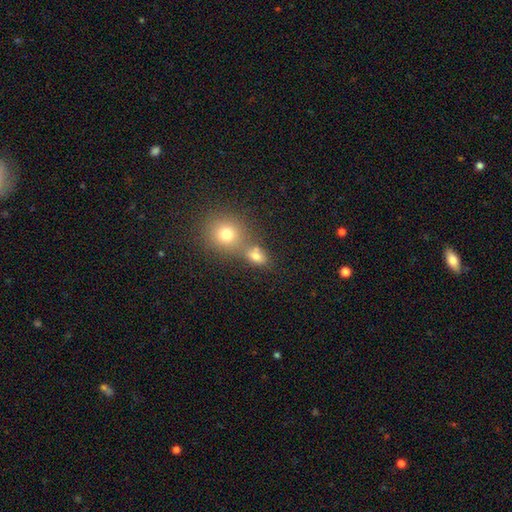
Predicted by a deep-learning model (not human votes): smooth 75%, star or artifact 15%, featured or disk 10%. Down the decision tree: how rounded — in between (56%); merging — none (49%).